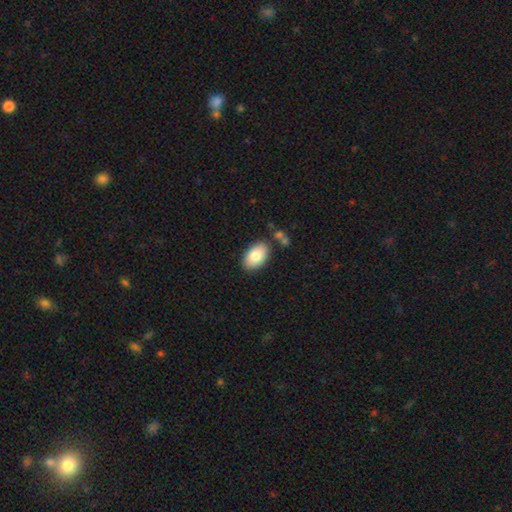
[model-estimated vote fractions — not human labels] Smooth or featured? Predicted: smooth (p=0.84). How rounded? Predicted: in between (p=0.93). Merging? Predicted: none (p=0.82).